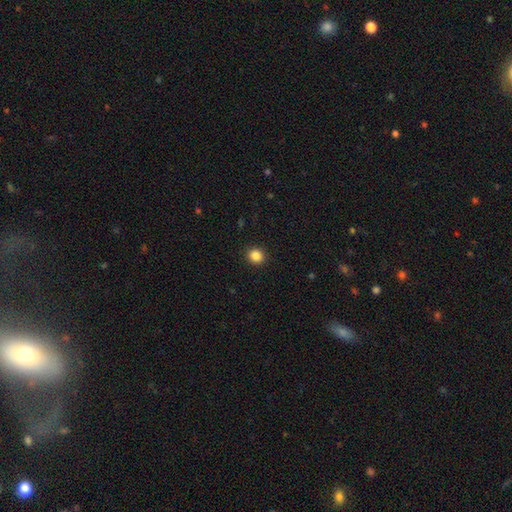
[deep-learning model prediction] Smooth or featured?
  - smooth: 86% *
  - star or artifact: 11%
  - featured or disk: 3%
How rounded?
  - round: 85% *
  - in between: 15%
  - cigar-shaped: 1%
Merging?
  - none: 92% *
  - minor disturbance: 5%
  - major disturbance: 2%
  - merger: 1%